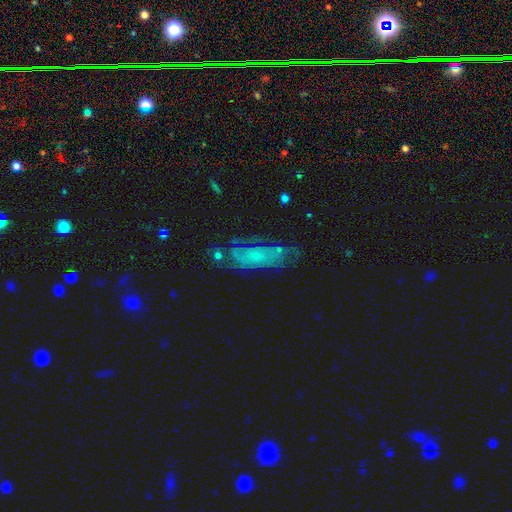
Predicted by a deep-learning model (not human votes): Smooth or featured: featured or disk — 59% (smooth — 27%)
Edge-on disk: no — 86% (yes — 14%)
Bar: no — 76% (weak — 20%)
Spiral arms: yes — 72% (no — 28%)
Bulge size: small — 67% (none — 15%)
Merging: none — 55% (minor disturbance — 24%)